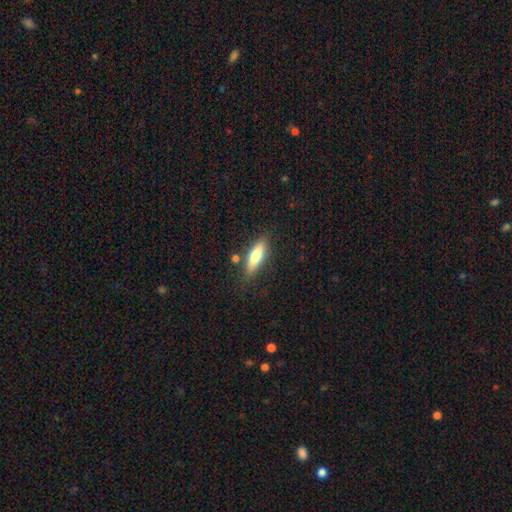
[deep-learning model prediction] Smooth or featured? Predicted: smooth (p=0.72). How rounded? Predicted: in between (p=0.53). Merging? Predicted: none (p=0.77).